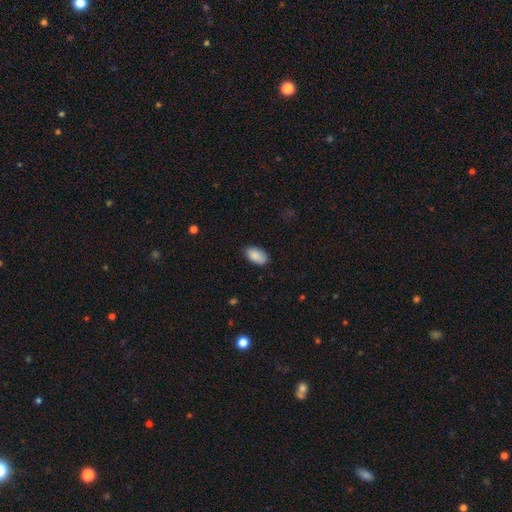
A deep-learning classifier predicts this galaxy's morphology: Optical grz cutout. It shows a smooth galaxy with no disk features (89%) that is in between round and cigar-shaped (95%). Merging: none (84%).